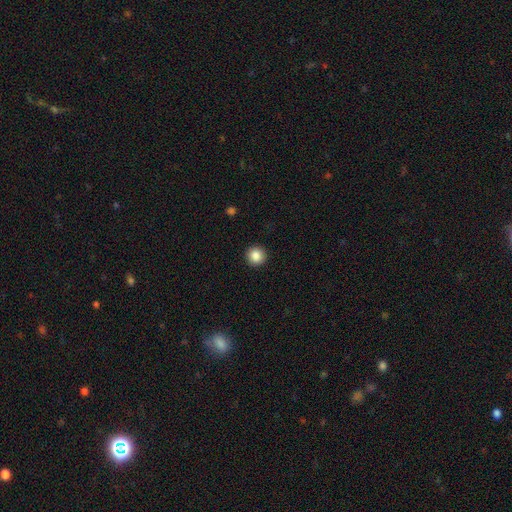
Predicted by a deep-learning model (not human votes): Morphology: type=smooth (87%); roundness=round (95%); merging=none (93%).